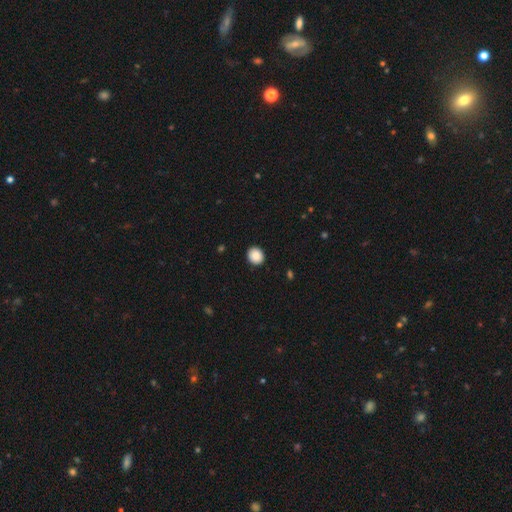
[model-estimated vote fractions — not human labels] A smooth galaxy with no disk features (89%) that is round (75%).

Vote fractions:
- Smooth or featured? smooth: 89% / star or artifact: 8% / featured or disk: 3%
- How rounded? round: 75% / in between: 24% / cigar-shaped: 1%
- Merging? none: 92% / minor disturbance: 6% / major disturbance: 2% / merger: 1%